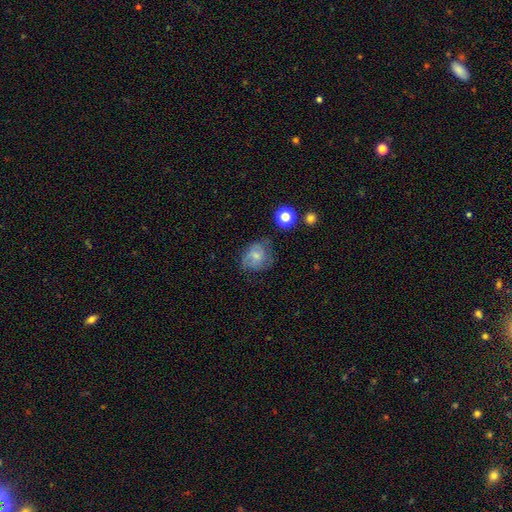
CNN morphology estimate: A smooth galaxy with no disk features (53%) that is round (59%). Merging: none (51%).